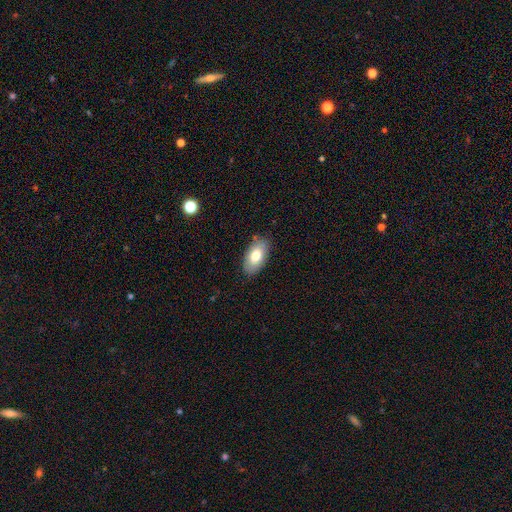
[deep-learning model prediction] Q: Smooth or featured?
A: smooth (76%); runner-up: featured or disk (17%)
Q: How rounded?
A: in between (94%); runner-up: round (3%)
Q: Merging?
A: none (84%); runner-up: minor disturbance (12%)